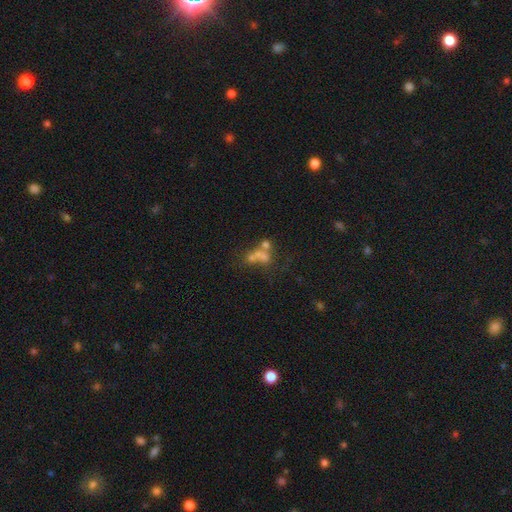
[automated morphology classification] This appears to be a smooth galaxy with no disk features (42%). Merging: merger (52%).